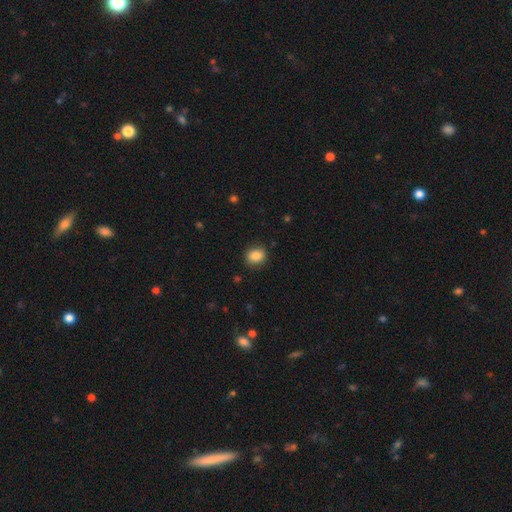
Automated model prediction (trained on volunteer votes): Q: Smooth or featured?
A: smooth (86%); runner-up: star or artifact (9%)
Q: How rounded?
A: round (57%); runner-up: in between (42%)
Q: Merging?
A: none (87%); runner-up: minor disturbance (10%)